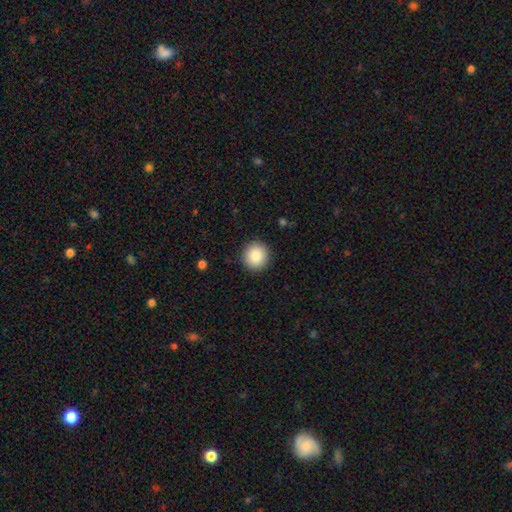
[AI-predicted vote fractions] A smooth galaxy with no disk features (87%) that is round (93%). Merging: none (91%).